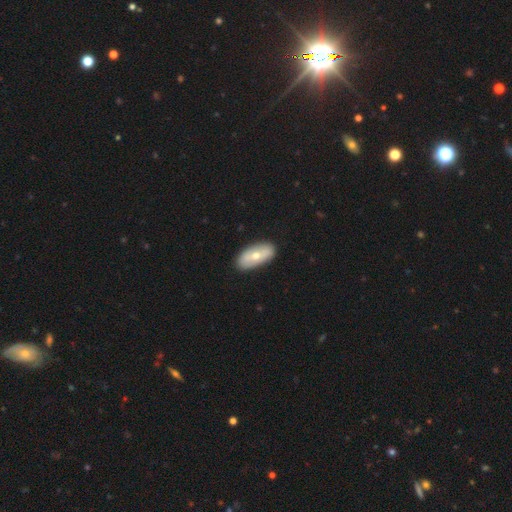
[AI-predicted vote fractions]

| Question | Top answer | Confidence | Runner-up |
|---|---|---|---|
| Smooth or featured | smooth | 53% | featured or disk (41%) |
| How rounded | in between | 90% | cigar-shaped (7%) |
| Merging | none | 87% | minor disturbance (9%) |